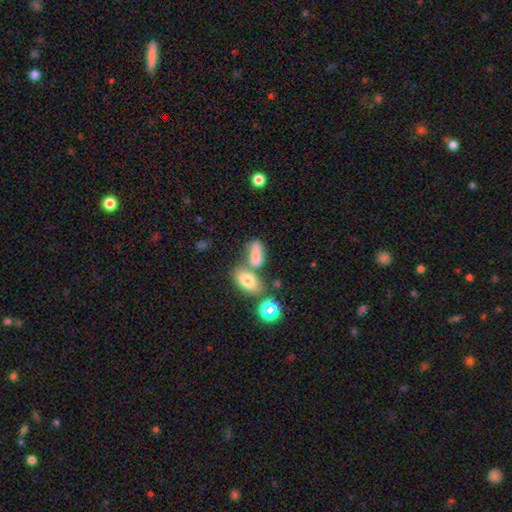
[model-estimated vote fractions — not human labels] smooth-or-featured: smooth: 75% | star or artifact: 12% | featured or disk: 12%
  how-rounded: in between: 83% | cigar-shaped: 9% | round: 8%
  merging: merger: 45% | none: 36% | minor disturbance: 12% | major disturbance: 7%